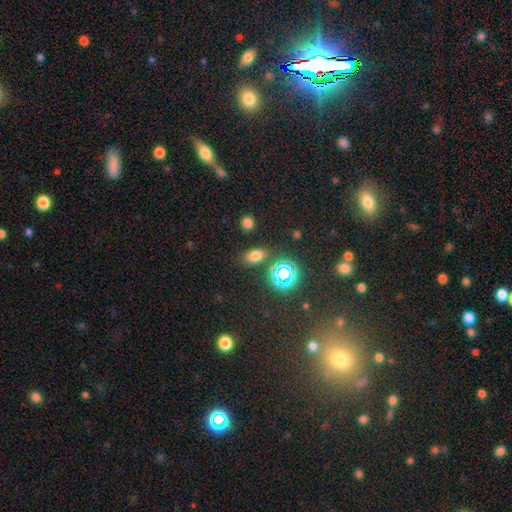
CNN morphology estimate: Smooth or featured? smooth (68%)
How rounded? in between (80%)
Merging? none (81%)